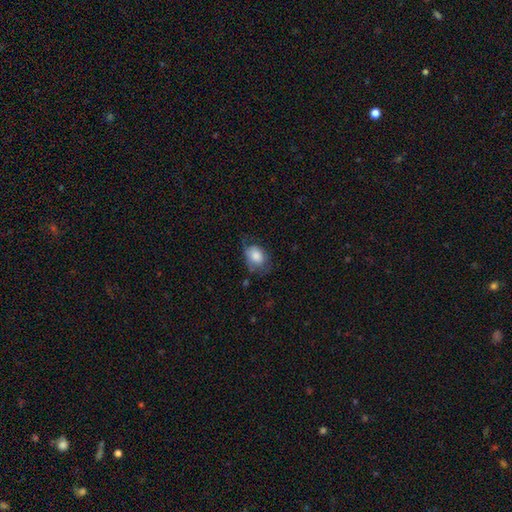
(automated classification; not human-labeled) Smooth or featured: smooth — 76% (featured or disk — 17%)
How rounded: in between — 72% (round — 26%)
Merging: none — 43% (minor disturbance — 35%)